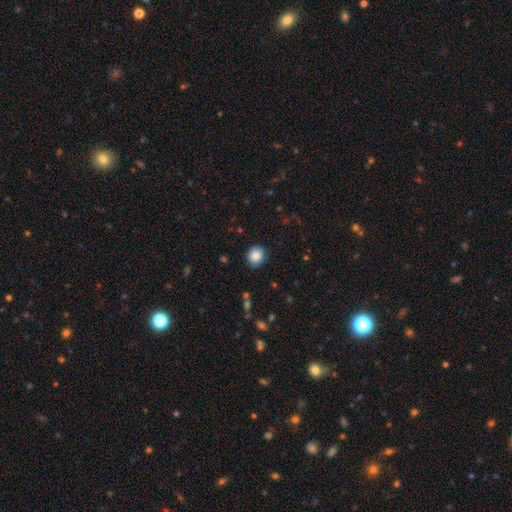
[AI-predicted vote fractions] This is clearly a smooth galaxy (84%). How rounded: likely round (75%). Merging: clearly none (89%).